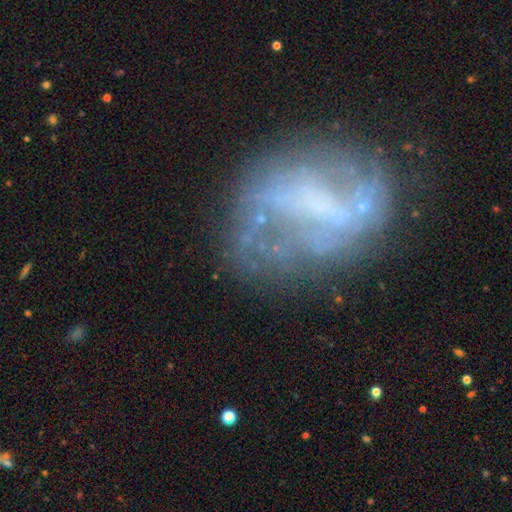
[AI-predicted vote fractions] featured or disk 66%, smooth 21%, star or artifact 13%. Down the decision tree: edge-on disk — no (97%); bar — no (47%); spiral arms — no (61%); bulge size — none (64%); merging — none (55%).